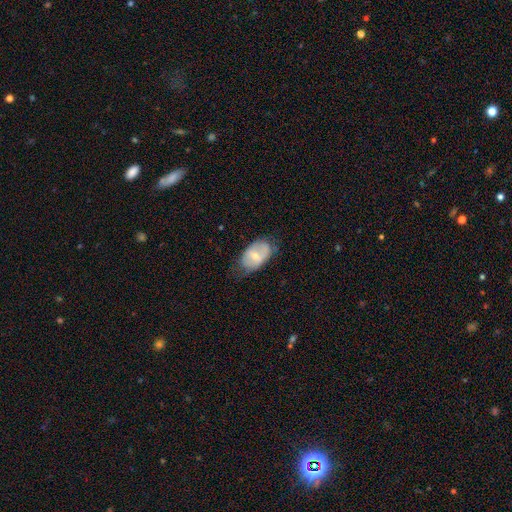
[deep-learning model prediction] smooth 57%, featured or disk 36%, star or artifact 7%. Down the decision tree: how rounded — in between (91%); merging — none (55%).